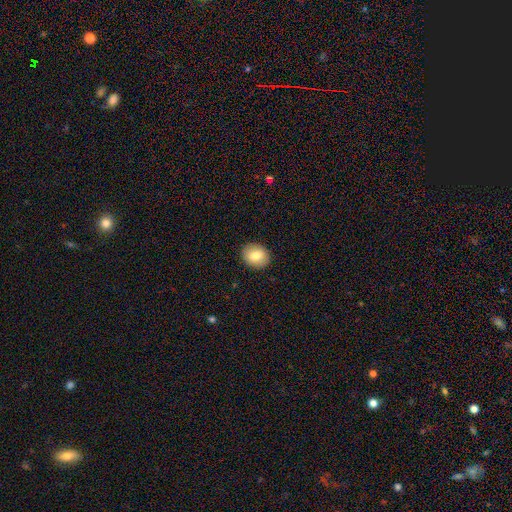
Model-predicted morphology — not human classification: Smooth or featured: smooth — 78% (featured or disk — 14%)
How rounded: round — 52% (in between — 47%)
Merging: none — 90% (minor disturbance — 7%)